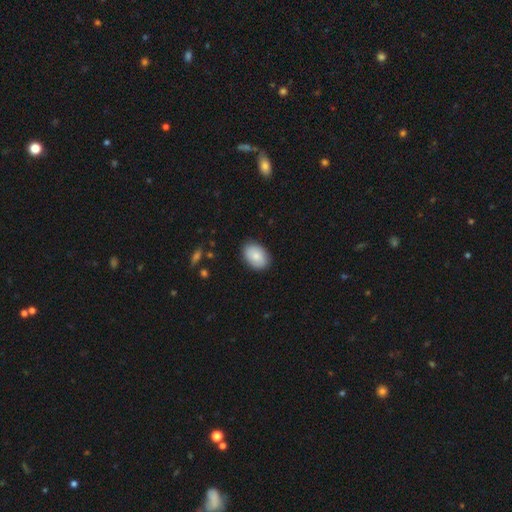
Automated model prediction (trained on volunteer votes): smooth 82%, featured or disk 12%, star or artifact 6%. Down the decision tree: how rounded — in between (86%); merging — none (86%).